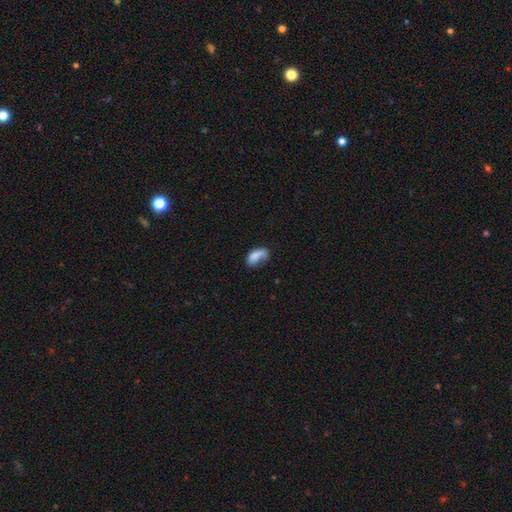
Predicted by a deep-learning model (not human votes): Overall: smooth (71%). How rounded: in between (87%). Merging: none (39%; minor disturbance 27%).